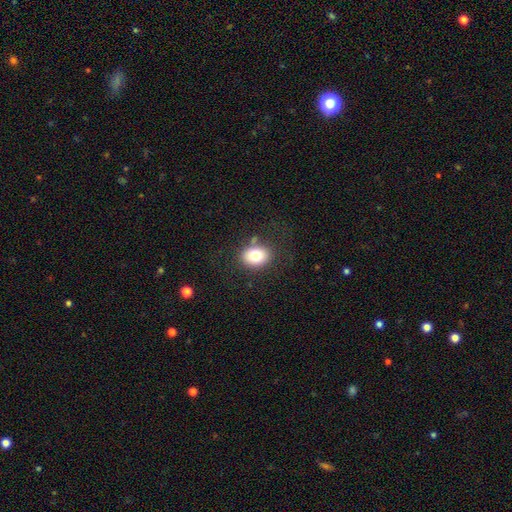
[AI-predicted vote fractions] Smooth or featured? Predicted: smooth (p=0.78). How rounded? Predicted: in between (p=0.58). Merging? Predicted: none (p=0.79).